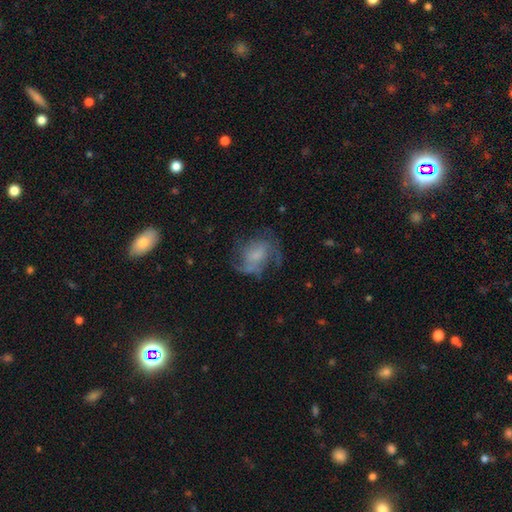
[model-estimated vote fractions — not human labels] A featured or disk galaxy (64%) with no bar (60%), 2 (36%) medium (47%) spiral arms (84%) and a small central bulge (40%).

Vote fractions:
- Smooth or featured? featured or disk: 64% / smooth: 26% / star or artifact: 10%
- Edge-on disk? no: 97% / yes: 3%
- Bar? no: 60% / weak: 34% / strong: 7%
- Spiral arms? yes: 84% / no: 16%
- Spiral winding? medium: 47% / loose: 29% / tight: 24%
- Spiral arm count? 2: 36% / can't tell: 26% / 3: 21% / 1: 7% / 4: 6% / more than 4: 4%
- Bulge size? small: 40% / moderate: 26% / none: 24% / large: 8% / dominant: 2%
- Merging? none: 52% / major disturbance: 25% / minor disturbance: 21% / merger: 2%